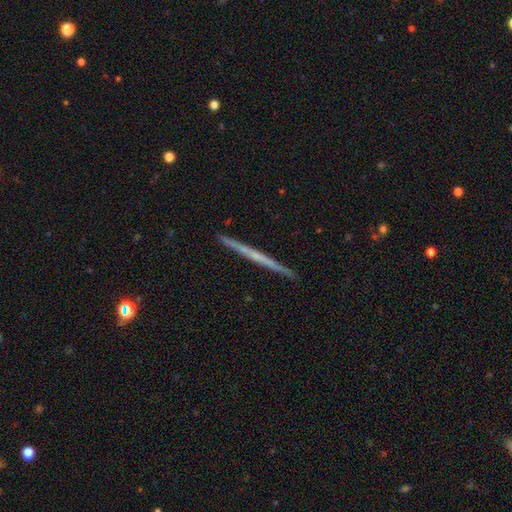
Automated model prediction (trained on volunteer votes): Morphology: type=featured or disk (64%); edge-on=yes (98%); edge-on bulge=none (81%); merging=none (93%).